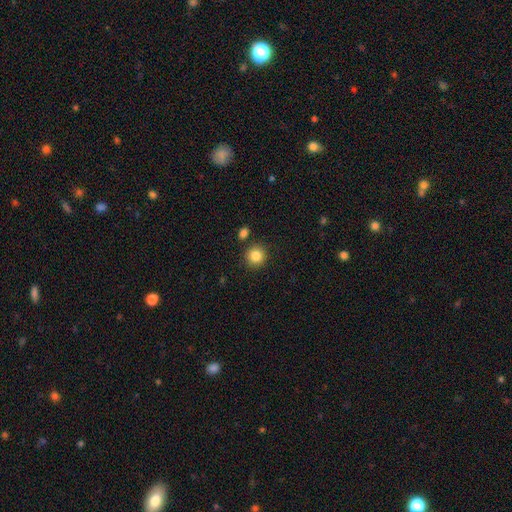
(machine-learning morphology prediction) Overall: smooth (85%). How rounded: round (91%). Merging: none (86%).